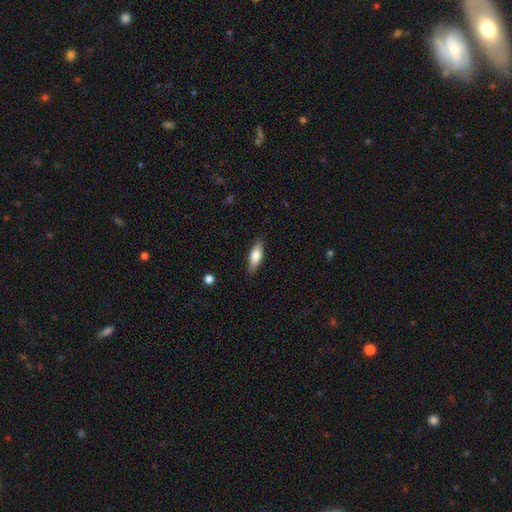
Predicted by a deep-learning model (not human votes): Morphology: type=smooth (70%); roundness=in between (60%); merging=none (87%).